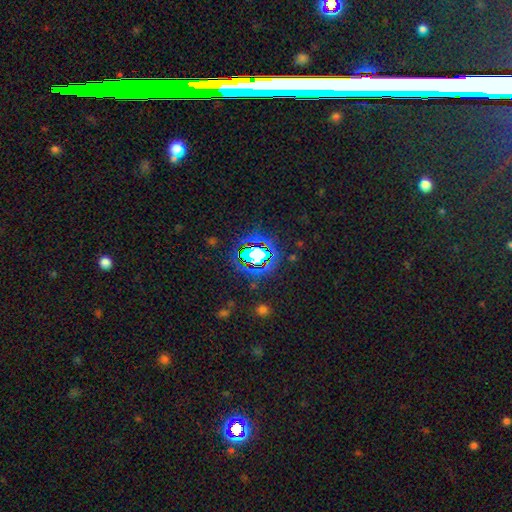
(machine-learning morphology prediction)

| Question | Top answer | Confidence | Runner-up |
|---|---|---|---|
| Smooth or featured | star or artifact | 68% | smooth (19%) |